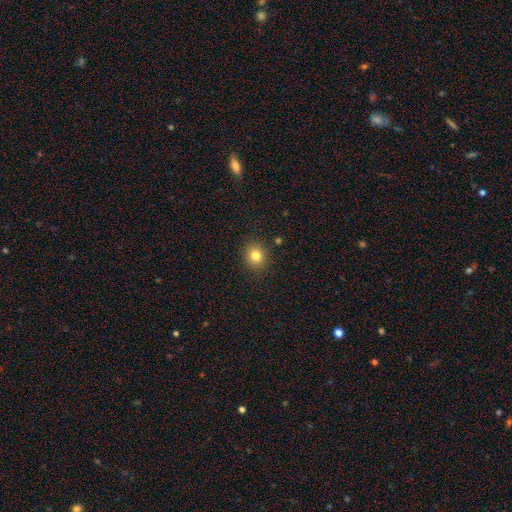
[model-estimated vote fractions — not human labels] A smooth galaxy with no disk features (81%) that is round (74%). Merging: none (88%).